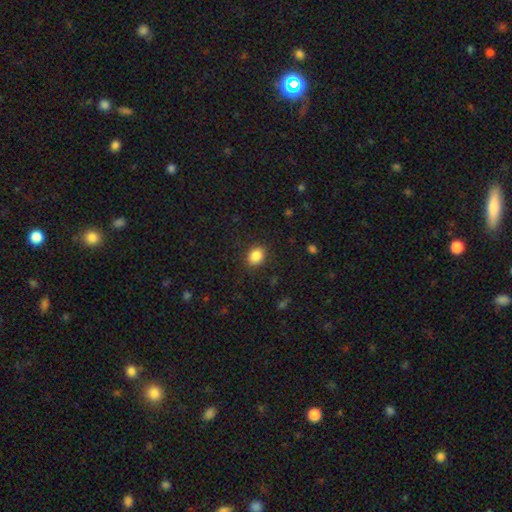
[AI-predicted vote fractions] smooth-or-featured: smooth: 86% | star or artifact: 9% | featured or disk: 4%
  how-rounded: in between: 56% | round: 43% | cigar-shaped: 1%
  merging: none: 88% | minor disturbance: 9% | major disturbance: 3% | merger: 1%